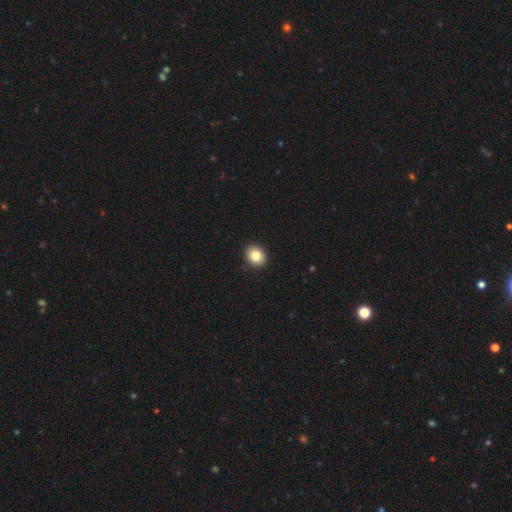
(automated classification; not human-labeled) Smooth or featured? smooth (84%)
How rounded? round (60%)
Merging? none (92%)